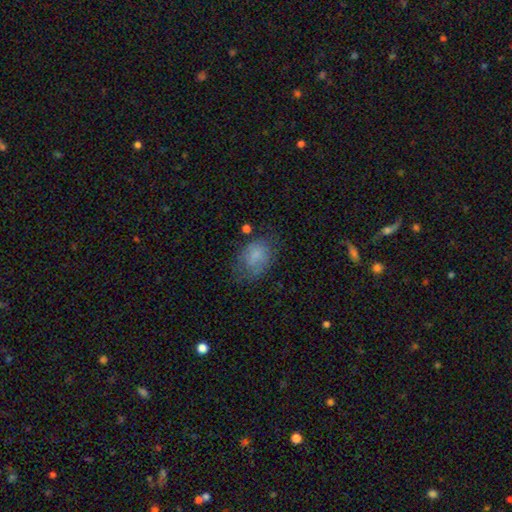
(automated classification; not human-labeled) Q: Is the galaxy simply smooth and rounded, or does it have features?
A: smooth — 74%.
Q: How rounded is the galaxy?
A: in between — 71%.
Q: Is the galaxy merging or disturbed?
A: none — 52%.